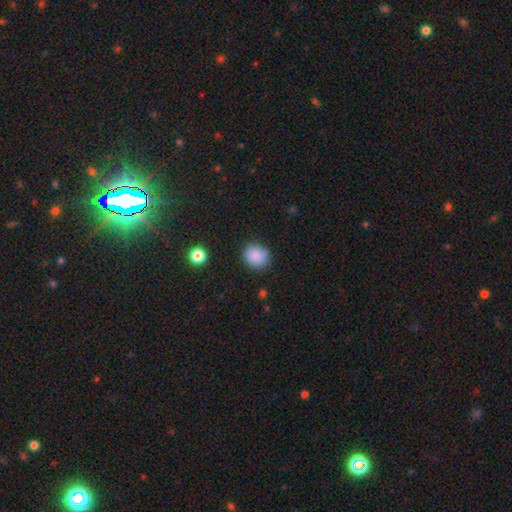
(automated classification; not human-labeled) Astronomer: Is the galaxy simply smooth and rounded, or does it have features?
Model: smooth — 87%.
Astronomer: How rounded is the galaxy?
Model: round — 78%.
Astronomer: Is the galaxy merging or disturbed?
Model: none — 82%.